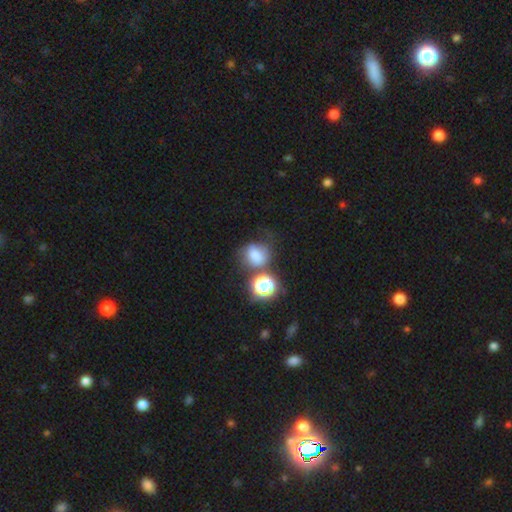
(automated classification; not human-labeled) This is likely a smooth galaxy (63%). How rounded: likely round (67%). Merging: possibly none (49%).